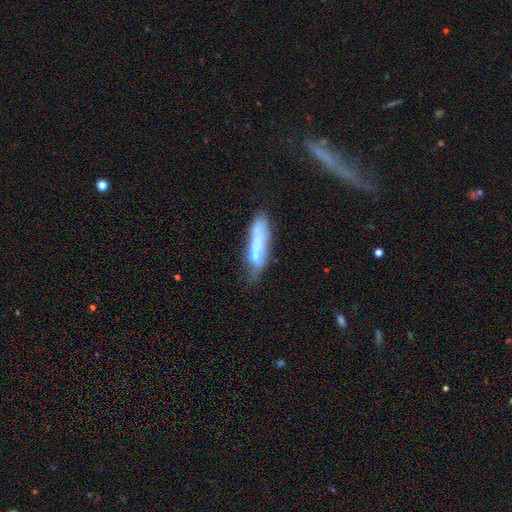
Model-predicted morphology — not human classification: Smooth or featured? smooth (54%)
How rounded? cigar-shaped (77%)
Merging? none (50%)